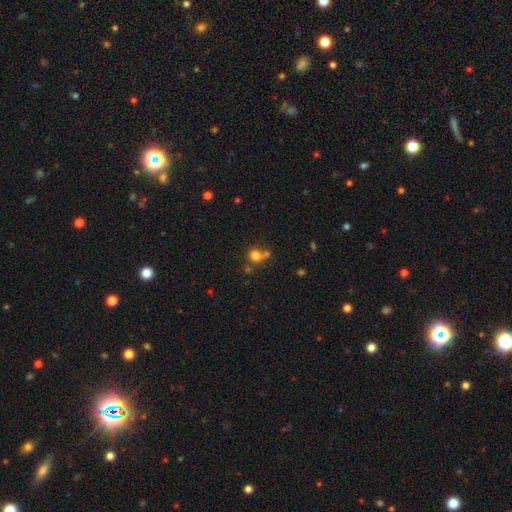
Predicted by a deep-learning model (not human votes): The model was most divided on "merging": none: 49%, merger: 32%, minor disturbance: 12%, major disturbance: 7%. More confident: how rounded — round (85%); smooth or featured — smooth (74%).